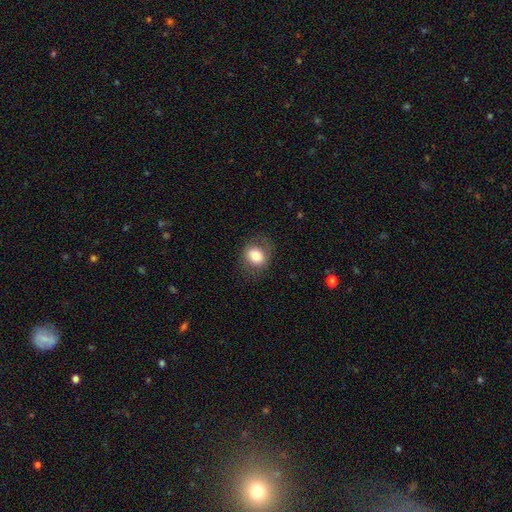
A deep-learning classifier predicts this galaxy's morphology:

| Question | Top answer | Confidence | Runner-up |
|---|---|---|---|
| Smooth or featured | smooth | 74% | featured or disk (17%) |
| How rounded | round | 59% | in between (40%) |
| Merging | none | 75% | minor disturbance (16%) |